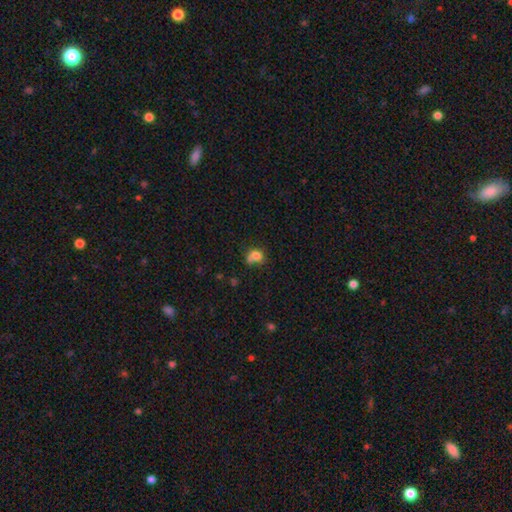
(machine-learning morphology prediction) This is likely a smooth galaxy (76%). How rounded: possibly round (56%). Merging: marginally none (39%).